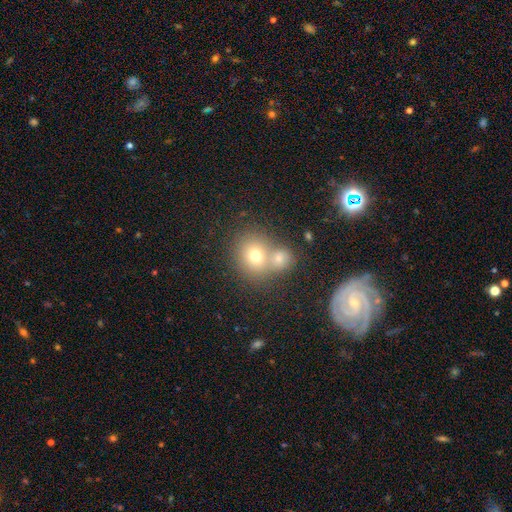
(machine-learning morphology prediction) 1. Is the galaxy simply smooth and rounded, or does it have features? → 71% smooth, 15% featured or disk, 14% star or artifact.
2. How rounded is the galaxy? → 79% round, 20% in between, 1% cigar-shaped.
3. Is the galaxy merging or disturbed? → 46% merger, 43% none, 7% minor disturbance, 3% major disturbance.